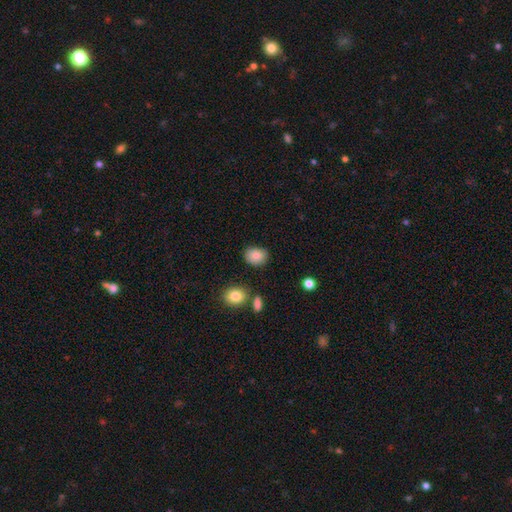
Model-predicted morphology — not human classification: This is clearly a smooth galaxy (84%). How rounded: possibly in between (52%). Merging: clearly none (81%).